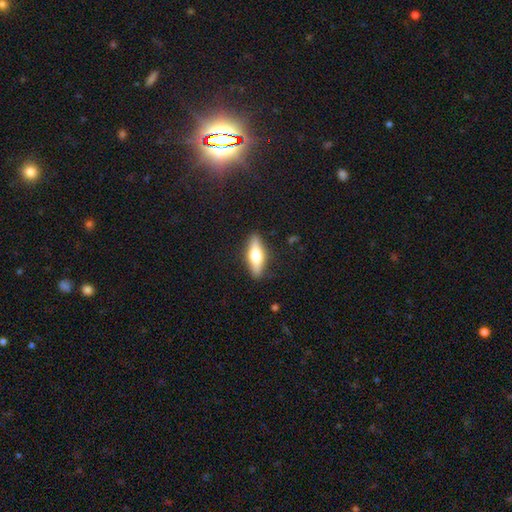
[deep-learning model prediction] A smooth galaxy with no disk features (50%) that is in between round and cigar-shaped (51%).

Vote fractions:
- Smooth or featured? smooth: 50% / featured or disk: 44% / star or artifact: 6%
- How rounded? in between: 51% / cigar-shaped: 46% / round: 3%
- Merging? none: 88% / minor disturbance: 9% / major disturbance: 2% / merger: 1%